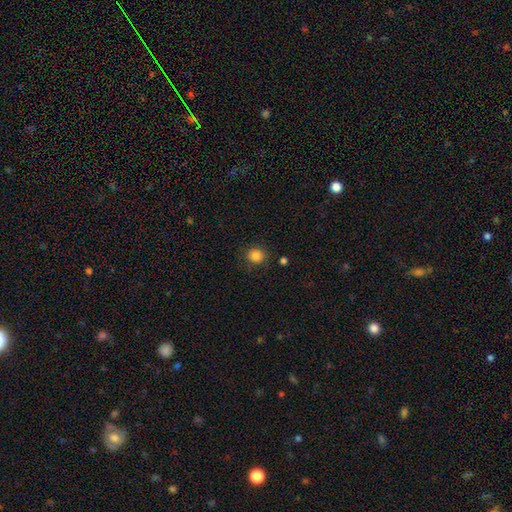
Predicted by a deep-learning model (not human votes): Smooth or featured: smooth — 85% (star or artifact — 11%)
How rounded: round — 85% (in between — 14%)
Merging: none — 86% (minor disturbance — 9%)